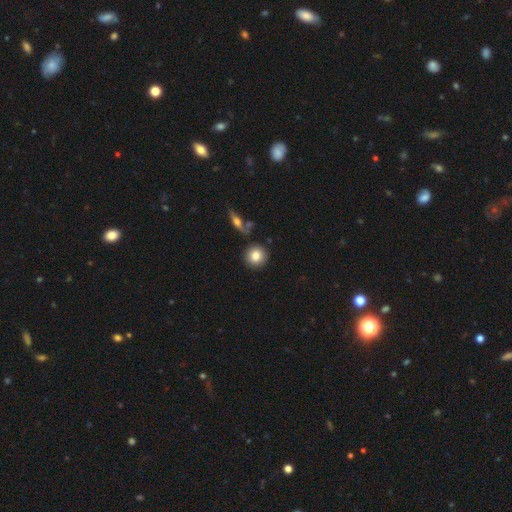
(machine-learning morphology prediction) type=smooth (81%); roundness=round (91%); merging=none (84%).